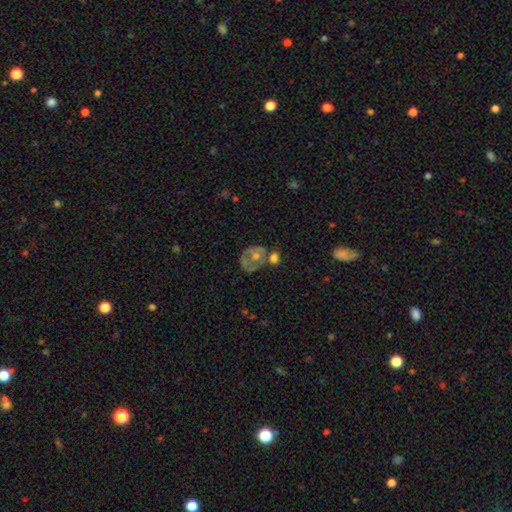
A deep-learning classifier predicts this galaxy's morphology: featured or disk 54%, smooth 37%, star or artifact 9%. Down the decision tree: edge-on disk — no (97%); bar — no (89%); spiral arms — no (77%); bulge size — moderate (62%); merging — none (44%).